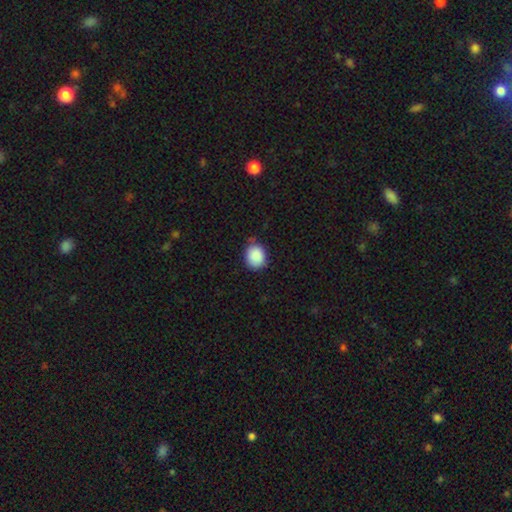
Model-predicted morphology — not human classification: Smooth or featured?
  - smooth: 89% *
  - star or artifact: 8%
  - featured or disk: 3%
How rounded?
  - round: 63% *
  - in between: 36%
  - cigar-shaped: 1%
Merging?
  - none: 74% *
  - minor disturbance: 21%
  - major disturbance: 3%
  - merger: 2%